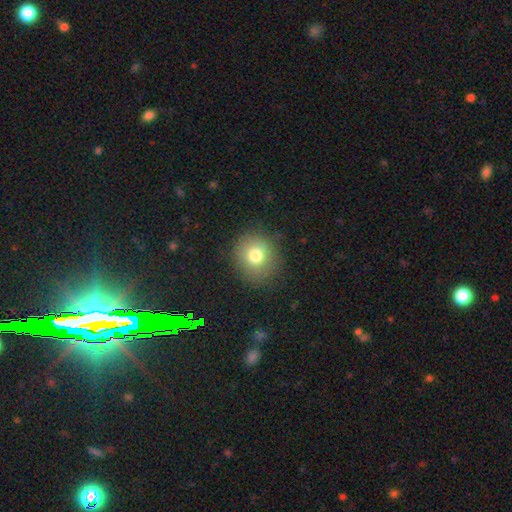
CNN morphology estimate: smooth-or-featured: smooth: 76% | star or artifact: 12% | featured or disk: 11%
  how-rounded: round: 84% | in between: 15% | cigar-shaped: 1%
  merging: none: 84% | minor disturbance: 11% | major disturbance: 4% | merger: 1%